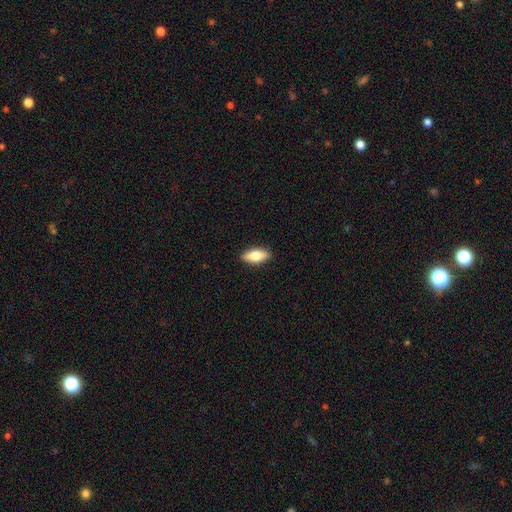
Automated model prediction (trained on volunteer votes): Smooth or featured? smooth (70%)
How rounded? in between (81%)
Merging? none (89%)